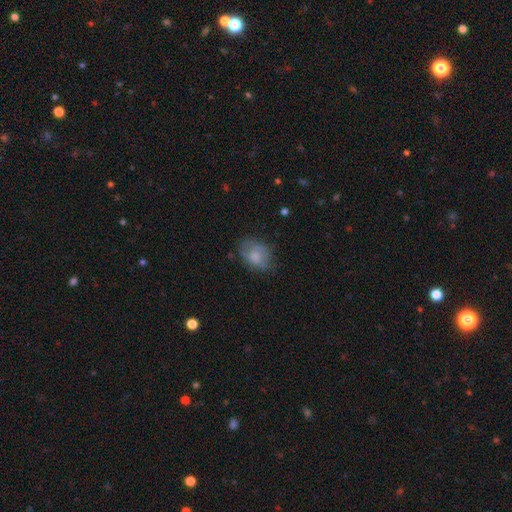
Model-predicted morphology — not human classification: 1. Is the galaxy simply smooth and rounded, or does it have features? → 67% smooth, 25% featured or disk, 9% star or artifact.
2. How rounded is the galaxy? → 64% in between, 35% round, 1% cigar-shaped.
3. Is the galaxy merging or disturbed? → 55% none, 28% minor disturbance, 15% major disturbance, 2% merger.